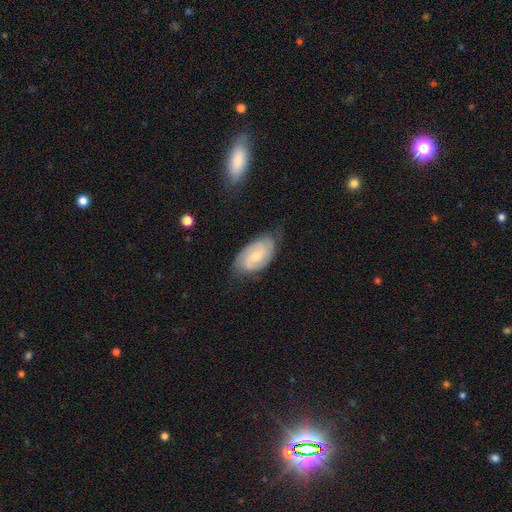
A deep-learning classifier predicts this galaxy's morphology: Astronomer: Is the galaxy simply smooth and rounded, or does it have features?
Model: featured or disk — 72%.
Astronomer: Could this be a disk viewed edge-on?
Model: no — 96%.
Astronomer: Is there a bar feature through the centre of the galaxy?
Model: no — 56% (runner-up: weak, 37%).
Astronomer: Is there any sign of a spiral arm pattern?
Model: yes — 93%.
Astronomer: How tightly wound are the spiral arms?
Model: tight — 50% (runner-up: medium, 38%).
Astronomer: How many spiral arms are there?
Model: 2 — 60%.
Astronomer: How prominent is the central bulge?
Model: small — 57% (runner-up: moderate, 38%).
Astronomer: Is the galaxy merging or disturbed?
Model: none — 69%.